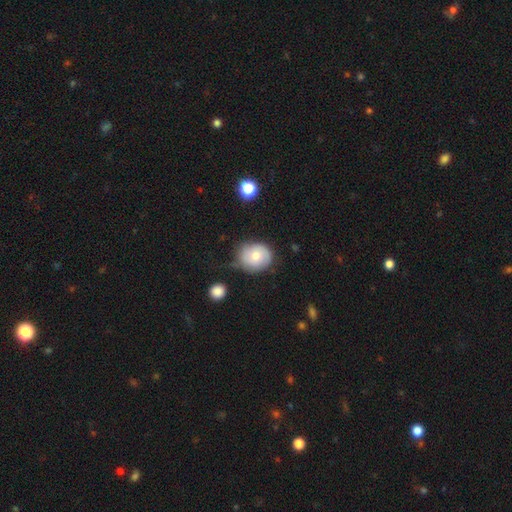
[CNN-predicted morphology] type=smooth (64%); roundness=round (70%); merging=none (59%).